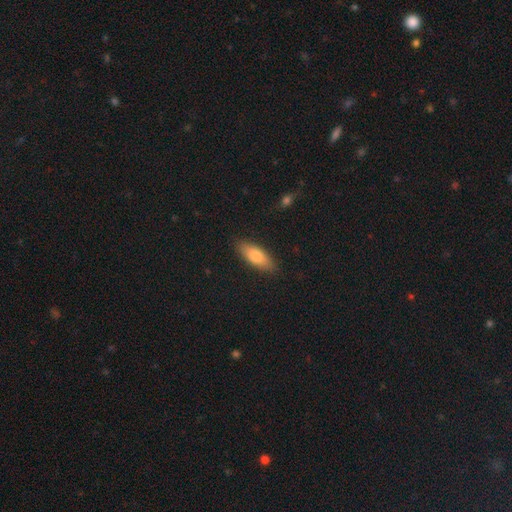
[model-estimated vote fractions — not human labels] A smooth galaxy with no disk features (80%) that is in between round and cigar-shaped (70%). Merging: none (87%).